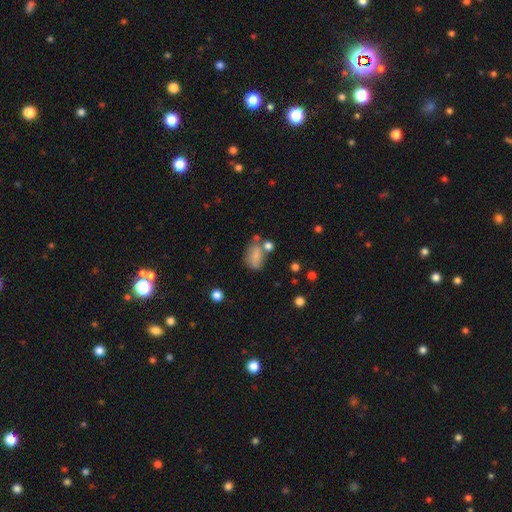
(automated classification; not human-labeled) Smooth or featured? smooth (72%)
How rounded? in between (82%)
Merging? none (45%)